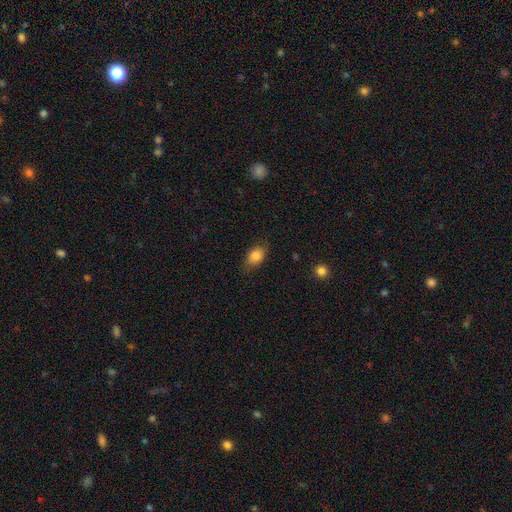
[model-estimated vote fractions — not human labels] Overall: smooth (83%). How rounded: in between (82%). Merging: none (75%).